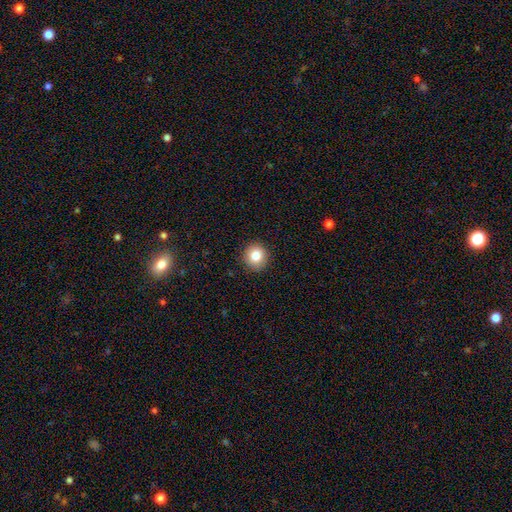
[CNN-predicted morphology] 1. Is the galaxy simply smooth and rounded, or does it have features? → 82% smooth, 10% star or artifact, 8% featured or disk.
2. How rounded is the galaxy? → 93% round, 7% in between, 1% cigar-shaped.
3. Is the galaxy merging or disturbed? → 92% none, 6% minor disturbance, 2% major disturbance, 1% merger.